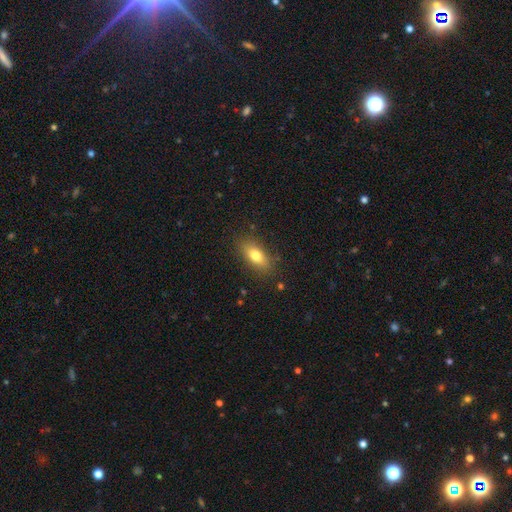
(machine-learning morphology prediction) Smooth or featured?
  - smooth: 76% *
  - featured or disk: 16%
  - star or artifact: 8%
How rounded?
  - in between: 78% *
  - cigar-shaped: 16%
  - round: 5%
Merging?
  - none: 84% *
  - minor disturbance: 12%
  - major disturbance: 3%
  - merger: 1%